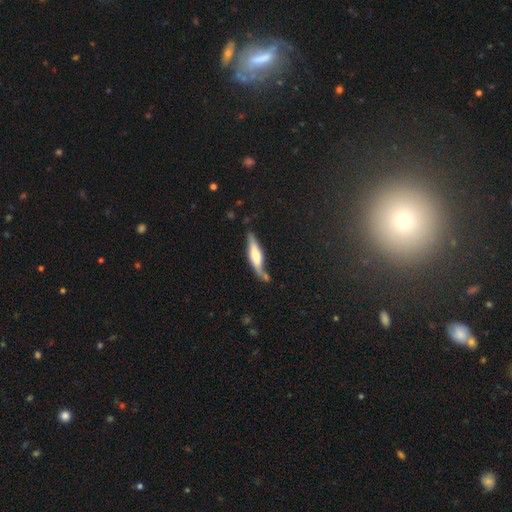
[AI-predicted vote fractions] This is possibly a featured or disk galaxy (51%). It is clearly viewed edge-on (84%). Merging: possibly none (57%).